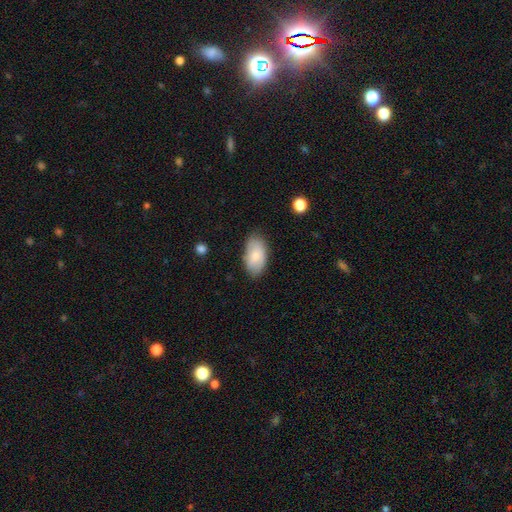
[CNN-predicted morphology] This appears to be a smooth galaxy with no disk features (76%) that is in between round and cigar-shaped (94%). Merging: none (76%).